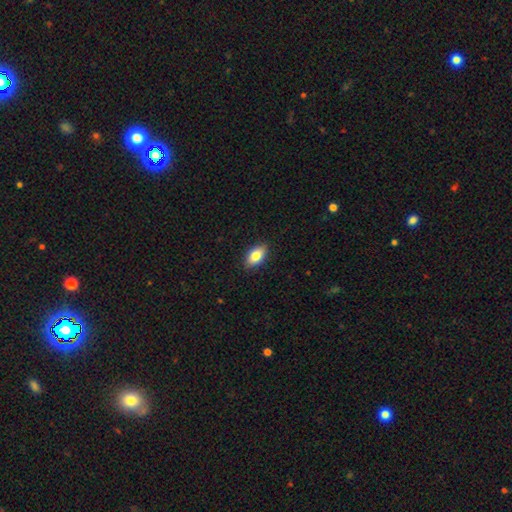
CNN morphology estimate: Q: Smooth or featured?
A: smooth (80%); runner-up: featured or disk (13%)
Q: How rounded?
A: in between (90%); runner-up: round (6%)
Q: Merging?
A: none (88%); runner-up: minor disturbance (9%)